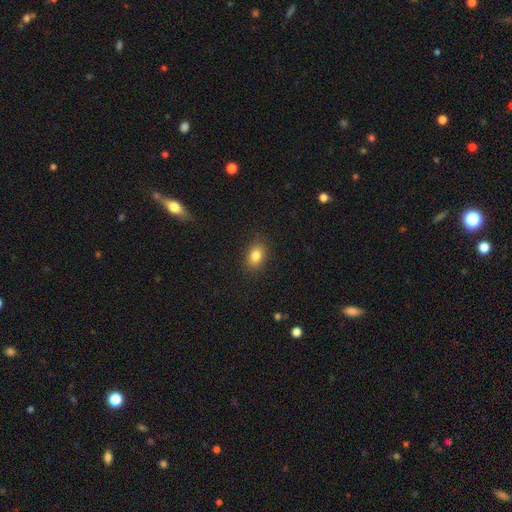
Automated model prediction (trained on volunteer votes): Smooth or featured: smooth — 83% (star or artifact — 10%)
How rounded: in between — 79% (round — 20%)
Merging: none — 87% (minor disturbance — 10%)